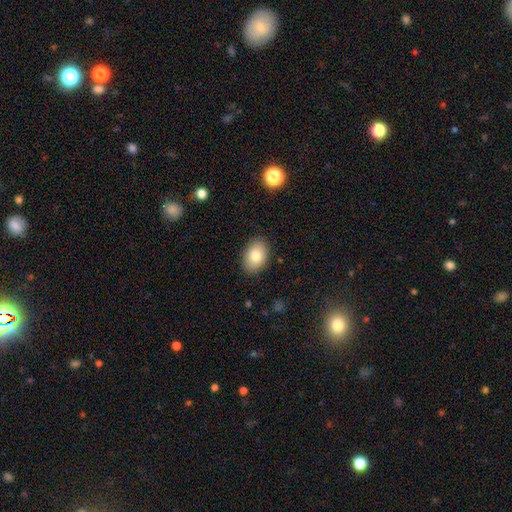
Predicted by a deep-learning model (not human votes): smooth 83%, featured or disk 10%, star or artifact 7%. Down the decision tree: how rounded — in between (84%); merging — none (87%).